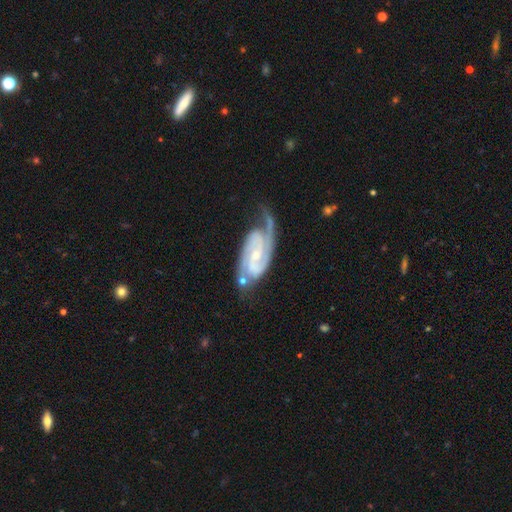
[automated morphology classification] Overall: featured or disk (90%). Edge-on disk: no (96%). Bar: weak (44%; no 34%). Spiral arms: yes (98%). Spiral arm count: 2 (84%). Spiral winding: medium (47%; tight 43%). Bulge size: small (61%; moderate 31%). Merging: none (59%; minor disturbance 24%).